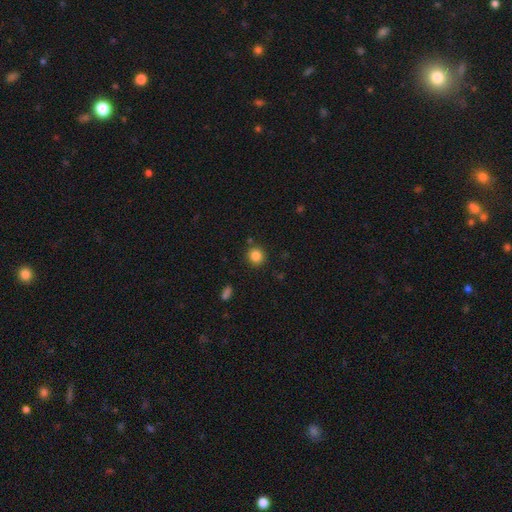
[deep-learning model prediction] Smooth or featured?
  - smooth: 85% *
  - star or artifact: 11%
  - featured or disk: 4%
How rounded?
  - round: 89% *
  - in between: 10%
  - cigar-shaped: 1%
Merging?
  - none: 86% *
  - minor disturbance: 8%
  - merger: 4%
  - major disturbance: 2%